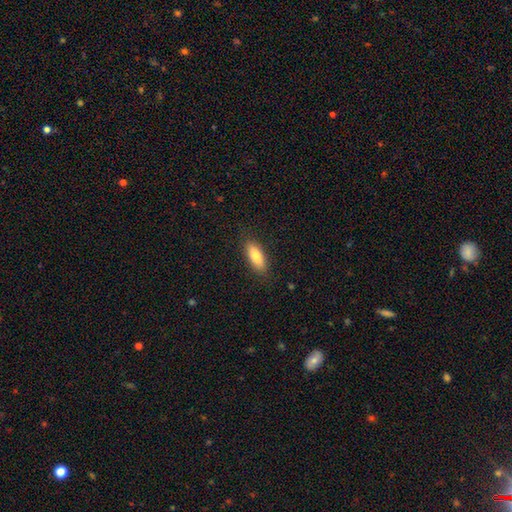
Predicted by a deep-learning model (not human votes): smooth-or-featured: smooth: 80% | featured or disk: 14% | star or artifact: 6%
  how-rounded: in between: 70% | cigar-shaped: 28% | round: 2%
  merging: none: 87% | minor disturbance: 10% | major disturbance: 2% | merger: 1%